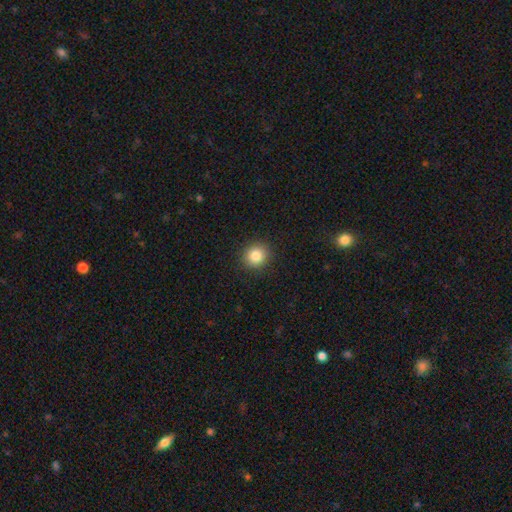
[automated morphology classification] type=smooth (85%); roundness=round (87%); merging=none (91%).